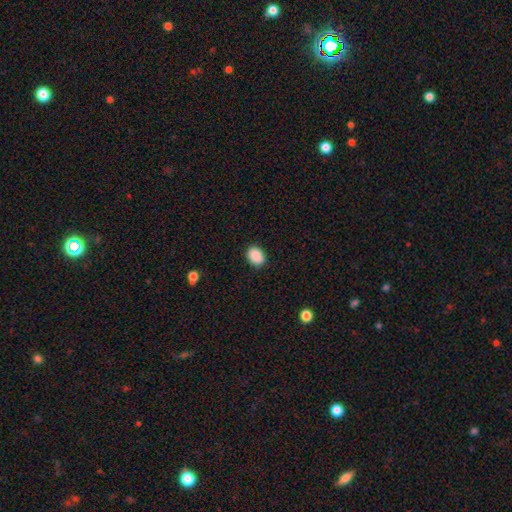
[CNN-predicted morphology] Overall: smooth (90%). How rounded: in between (67%; round 32%). Merging: none (88%).